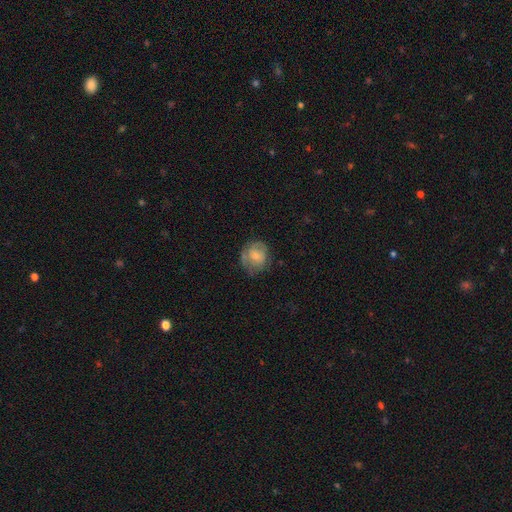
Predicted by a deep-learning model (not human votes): The model was most divided on "smooth or featured": smooth: 53%, featured or disk: 40%, star or artifact: 7%. More confident: how rounded — round (74%); merging — none (60%).